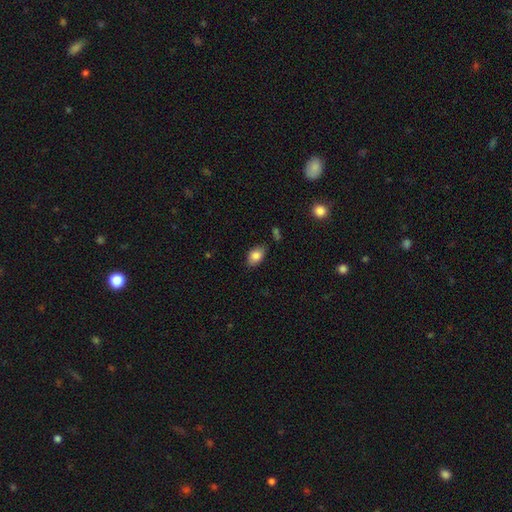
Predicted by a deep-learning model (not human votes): smooth_or_featured: smooth (p=0.84) [alt: featured or disk p=0.08]
how_rounded: in between (p=0.89) [alt: round p=0.09]
merging: none (p=0.80) [alt: minor disturbance p=0.14]